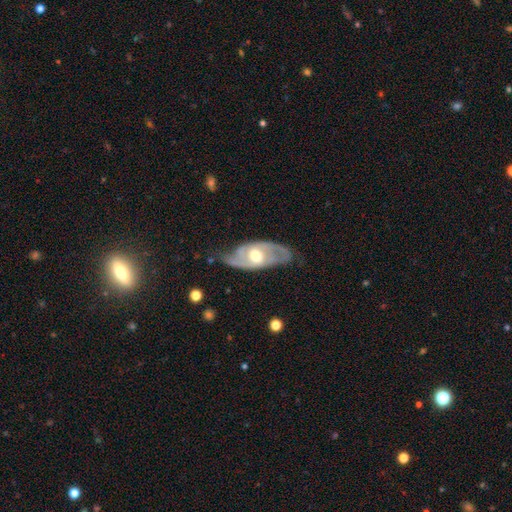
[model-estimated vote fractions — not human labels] This is likely a featured or disk galaxy (79%). It is clearly not viewed edge-on (89%). Bar: possibly no (51%). Spiral arm pattern: clearly yes (86%). Spiral arm count: likely 2 (78%). Spiral winding: possibly medium (45%). Central bulge: likely moderate (74%). Merging: likely none (66%).